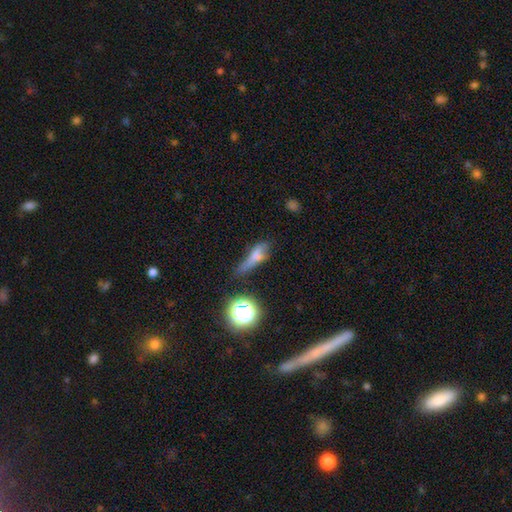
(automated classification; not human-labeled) The model was most divided on "merging": none: 37%, minor disturbance: 31%, major disturbance: 24%, merger: 8%. More confident: smooth or featured — smooth (59%); how rounded — cigar-shaped (51%).